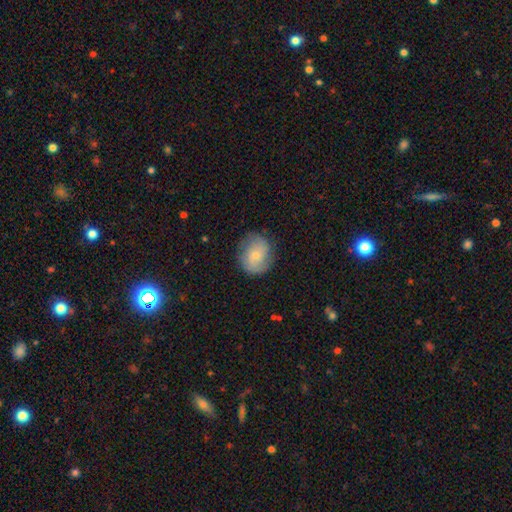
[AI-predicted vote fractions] smooth_or_featured: smooth (p=0.58) [alt: featured or disk p=0.35]
how_rounded: round (p=0.67) [alt: in between p=0.32]
merging: none (p=0.75) [alt: minor disturbance p=0.18]